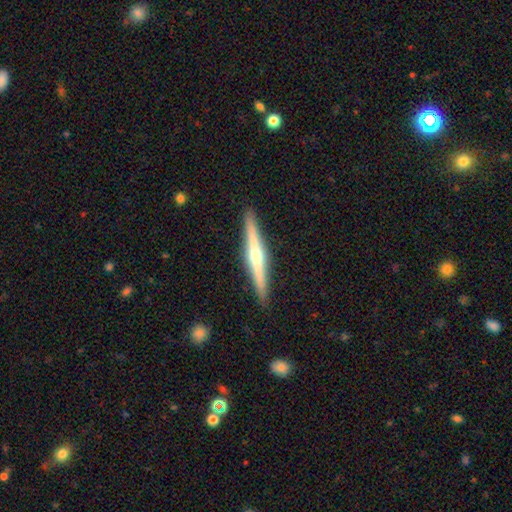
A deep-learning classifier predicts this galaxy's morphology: The model was most divided on "smooth or featured": featured or disk: 76%, smooth: 19%, star or artifact: 5%. More confident: edge-on disk — yes (98%); merging — none (91%); edge-on bulge — rounded (89%).